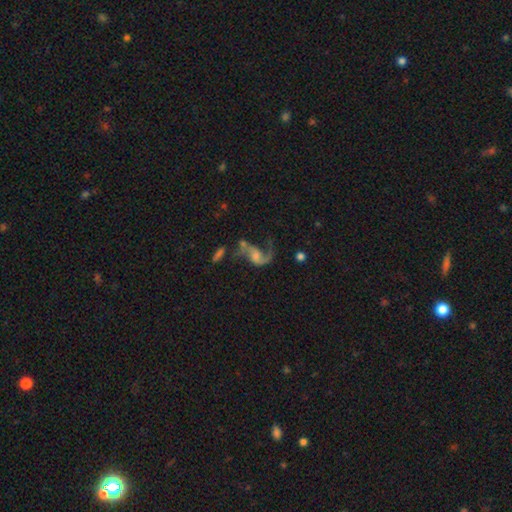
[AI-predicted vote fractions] The model was most divided on "bulge size" (2-way tie): small: 30%, moderate: 30%, none: 28%, large: 11%, dominant: 2%. Remaining: edge-on disk — no (97%); spiral arms — yes (92%); smooth or featured — featured or disk (80%); spiral winding — loose (78%); spiral arm count — 2 (77%); bar — no (54%); merging — none (39%).